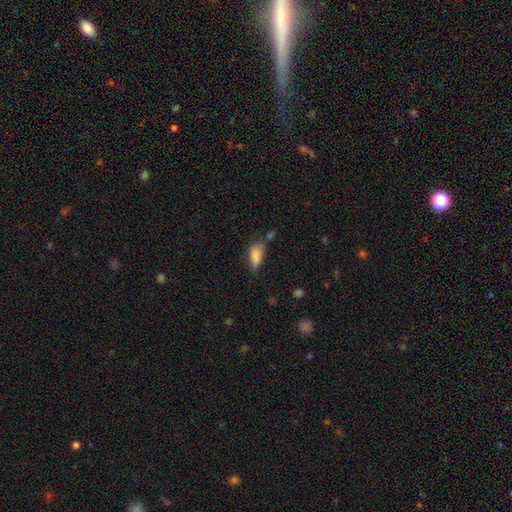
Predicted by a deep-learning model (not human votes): This is clearly a smooth galaxy (84%). How rounded: clearly in between (87%). Merging: marginally none (41%).